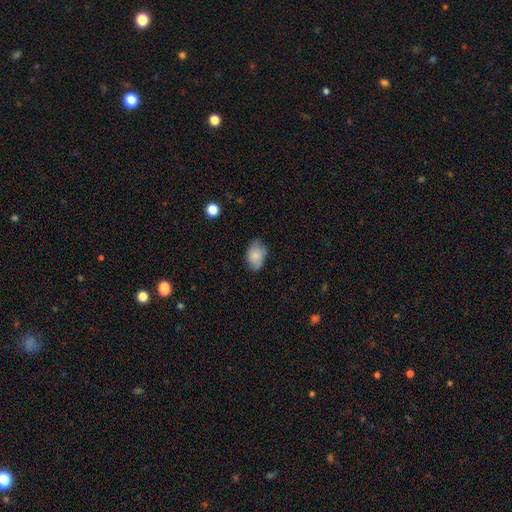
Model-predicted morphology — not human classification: smooth 81%, featured or disk 11%, star or artifact 7%. Down the decision tree: how rounded — in between (85%); merging — none (68%).